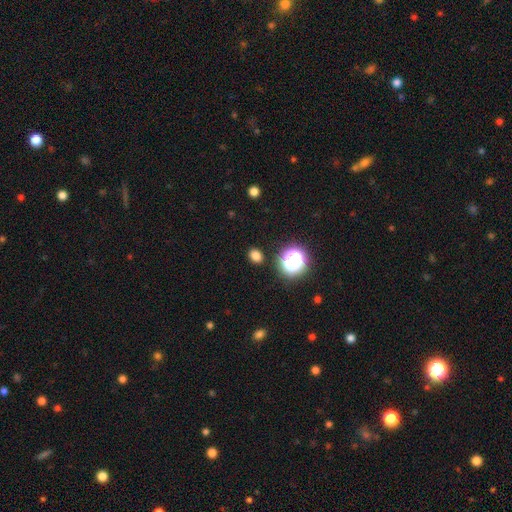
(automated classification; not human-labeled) Overall: smooth (77%). How rounded: in between (52%; round 47%). Merging: none (87%).